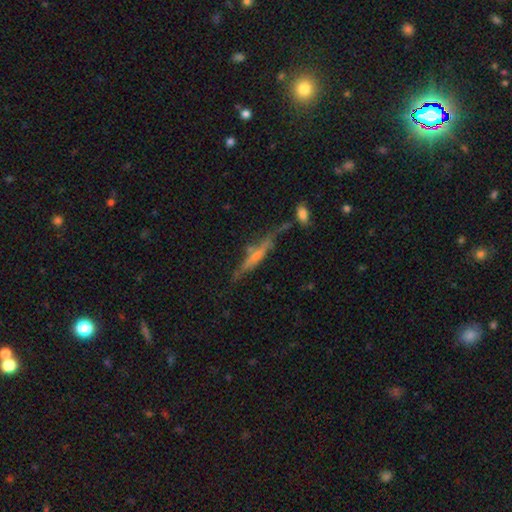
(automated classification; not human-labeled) featured or disk 54%, smooth 36%, star or artifact 10%. Down the decision tree: edge-on disk — yes (88%); merging — none (60%).